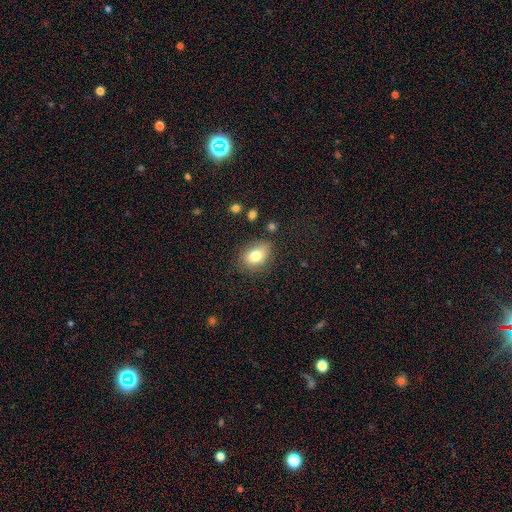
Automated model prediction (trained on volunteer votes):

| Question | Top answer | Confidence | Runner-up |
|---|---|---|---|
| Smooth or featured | smooth | 78% | featured or disk (12%) |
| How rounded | in between | 73% | round (26%) |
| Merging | none | 77% | minor disturbance (16%) |